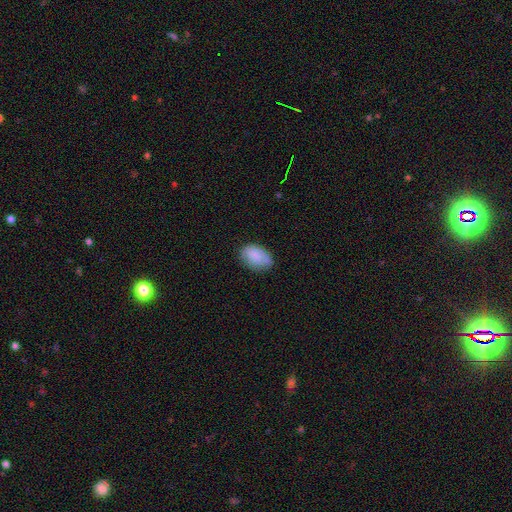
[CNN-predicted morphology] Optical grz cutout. It shows a smooth galaxy with no disk features (85%) that is in between round and cigar-shaped (88%). Merging: none (71%).